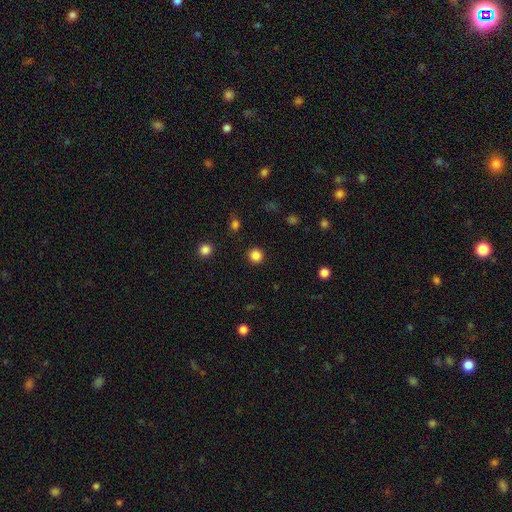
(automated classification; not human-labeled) This is clearly a smooth galaxy (85%). How rounded: clearly round (95%). Merging: clearly none (92%).